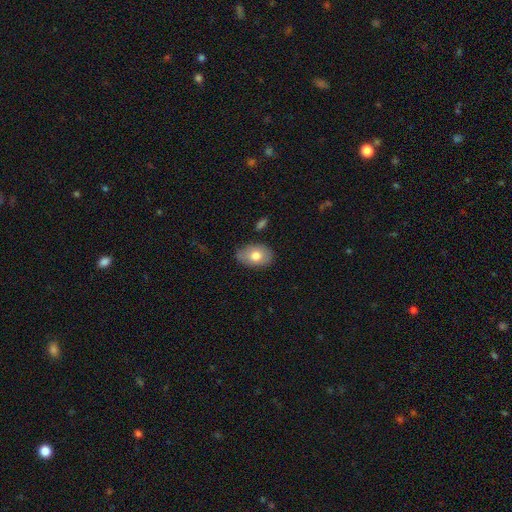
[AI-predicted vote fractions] smooth 75%, featured or disk 19%, star or artifact 7%. Down the decision tree: how rounded — in between (84%); merging — none (75%).